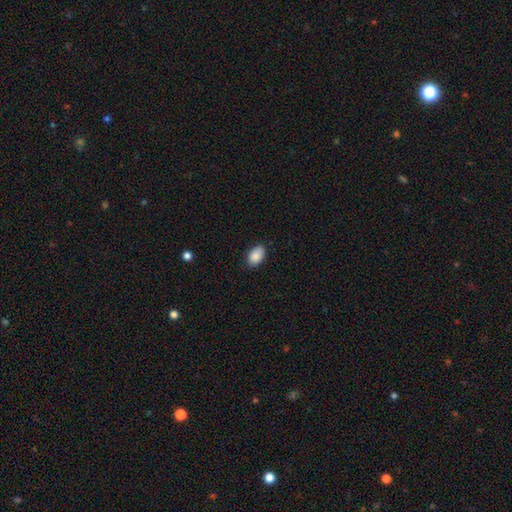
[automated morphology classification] smooth 88%, star or artifact 7%, featured or disk 5%. Down the decision tree: how rounded — in between (89%); merging — none (78%).